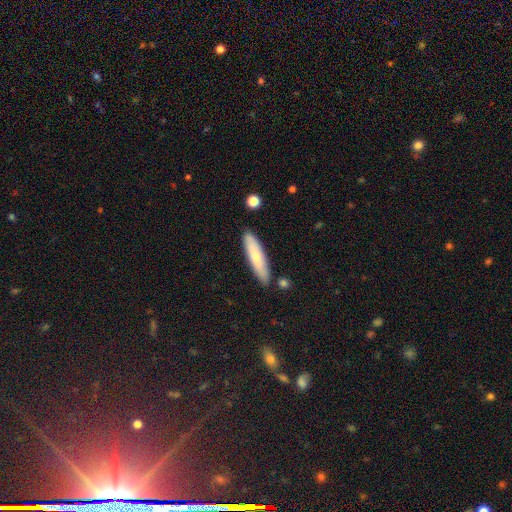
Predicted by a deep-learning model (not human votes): smooth-or-featured: smooth: 68% | featured or disk: 26% | star or artifact: 6%
  how-rounded: cigar-shaped: 80% | in between: 19% | round: 1%
  merging: none: 85% | minor disturbance: 11% | merger: 3% | major disturbance: 2%